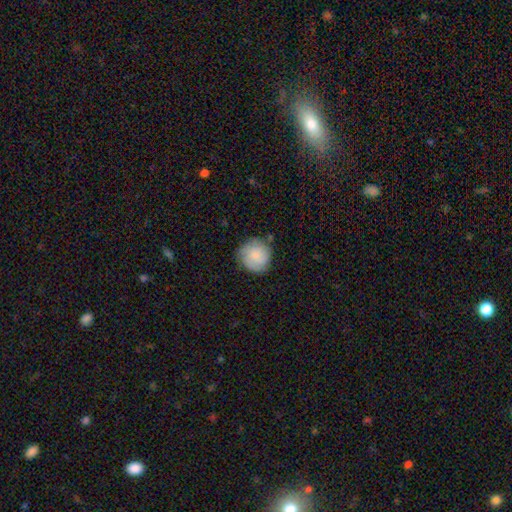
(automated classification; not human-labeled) Morphology: type=smooth (78%); roundness=round (93%); merging=none (75%).